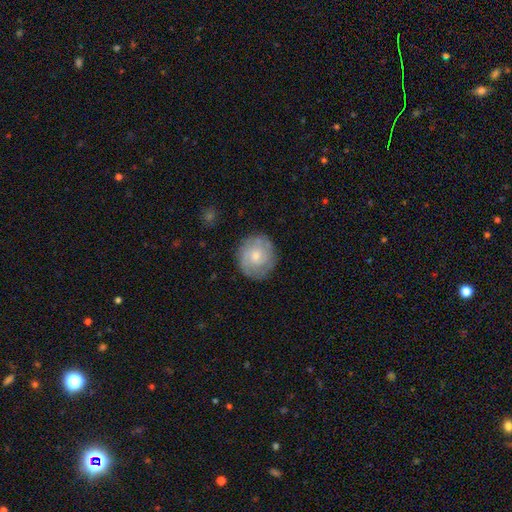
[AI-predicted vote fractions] Morphology: type=featured or disk (58%); edge-on=no (98%); bar=no (75%); spiral arms=yes (84%); bulge=small (55%); merging=none (81%).